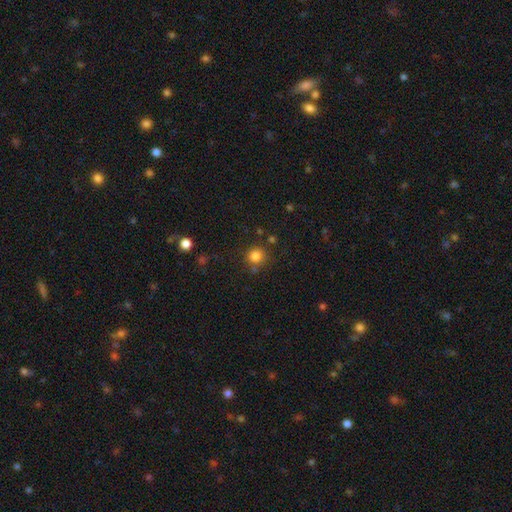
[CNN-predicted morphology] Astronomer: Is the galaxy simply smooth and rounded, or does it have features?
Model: smooth — 82%.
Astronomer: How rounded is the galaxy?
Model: round — 92%.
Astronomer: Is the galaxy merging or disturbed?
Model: none — 80%.